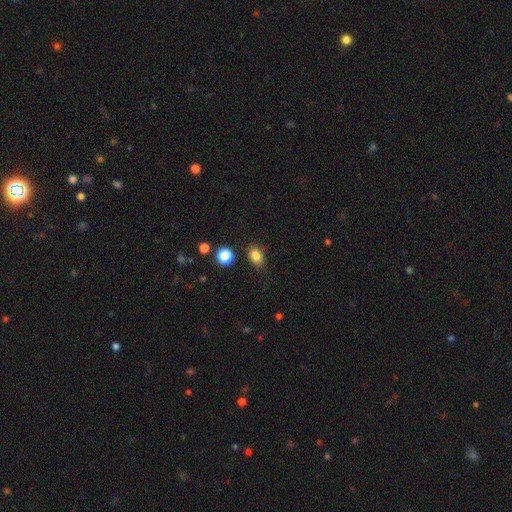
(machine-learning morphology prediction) smooth_or_featured: smooth (p=0.84) [alt: star or artifact p=0.11]
how_rounded: in between (p=0.71) [alt: round p=0.27]
merging: none (p=0.80) [alt: minor disturbance p=0.14]